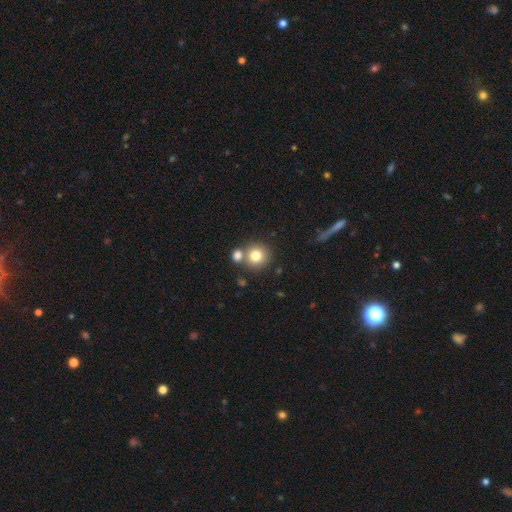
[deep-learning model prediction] A smooth galaxy with no disk features (79%) that is round (90%). Merging: none (63%).